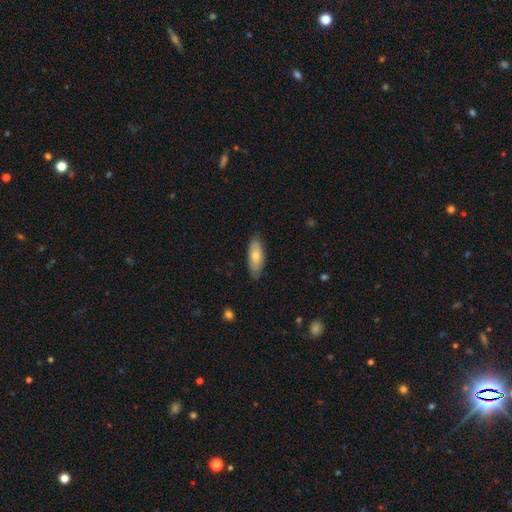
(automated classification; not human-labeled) Smooth or featured? Predicted: smooth (p=0.73). How rounded? Predicted: in between (p=0.81). Merging? Predicted: none (p=0.80).